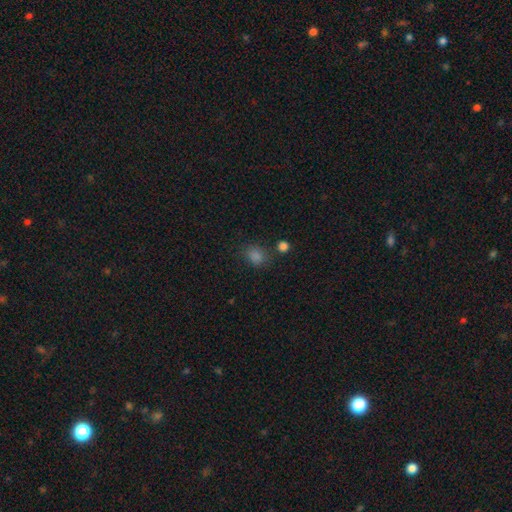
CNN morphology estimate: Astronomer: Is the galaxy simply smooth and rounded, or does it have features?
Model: smooth — 75%.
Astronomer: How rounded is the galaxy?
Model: round — 52% (runner-up: in between, 46%).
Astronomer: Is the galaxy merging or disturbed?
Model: none — 73%.